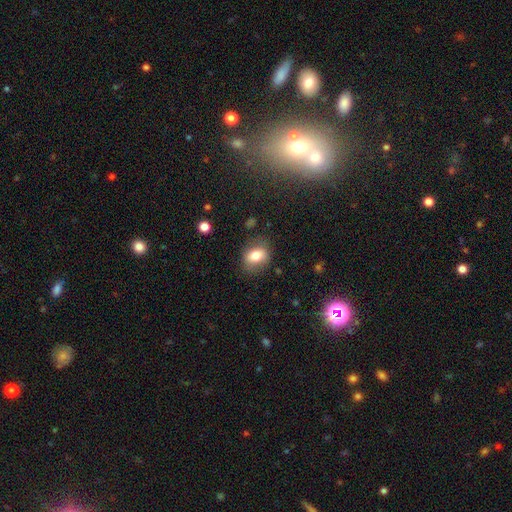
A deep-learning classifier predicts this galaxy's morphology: The model was most divided on "how rounded": in between: 63%, round: 36%, cigar-shaped: 2%. More confident: merging — none (77%); smooth or featured — smooth (75%).